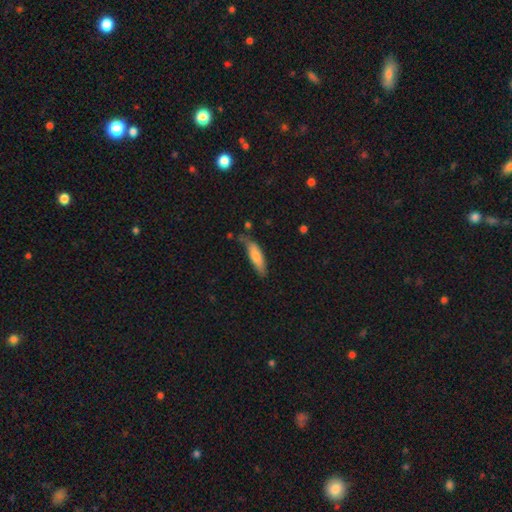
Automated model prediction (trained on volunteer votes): A smooth galaxy with no disk features (73%) that is cigar-shaped (65%).

Vote fractions:
- Smooth or featured? smooth: 73% / featured or disk: 21% / star or artifact: 7%
- How rounded? cigar-shaped: 65% / in between: 34% / round: 2%
- Merging? none: 57% / minor disturbance: 29% / major disturbance: 8% / merger: 6%